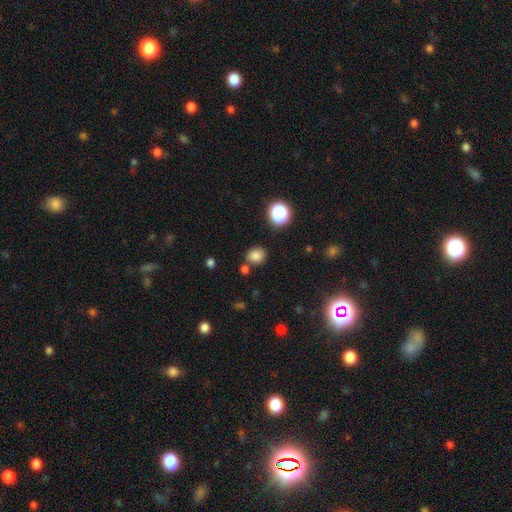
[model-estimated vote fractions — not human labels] smooth_or_featured: smooth (p=0.80) [alt: star or artifact p=0.14]
how_rounded: round (p=0.68) [alt: in between p=0.31]
merging: none (p=0.77) [alt: minor disturbance p=0.11]